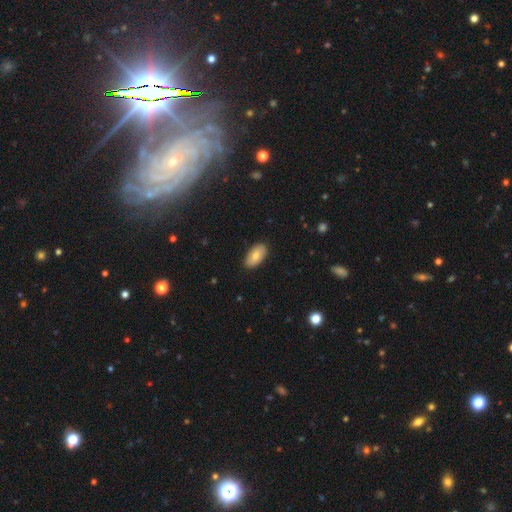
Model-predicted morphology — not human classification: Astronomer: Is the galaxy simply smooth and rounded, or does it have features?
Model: smooth — 75%.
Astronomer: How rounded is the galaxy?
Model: in between — 95%.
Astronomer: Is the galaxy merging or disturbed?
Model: none — 85%.